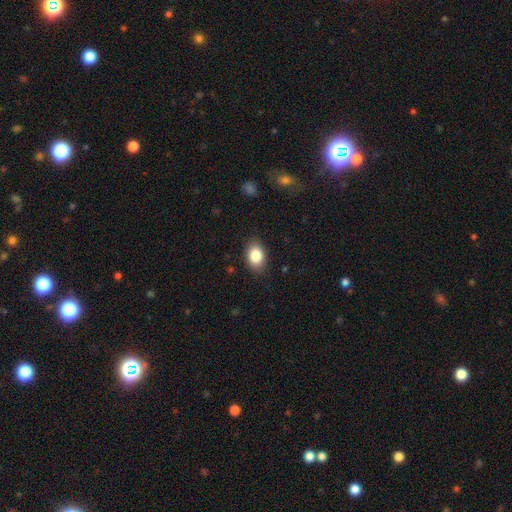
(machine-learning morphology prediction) smooth-or-featured: smooth: 85% | star or artifact: 8% | featured or disk: 7%
  how-rounded: in between: 80% | round: 19% | cigar-shaped: 1%
  merging: none: 85% | minor disturbance: 12% | major disturbance: 3% | merger: 1%